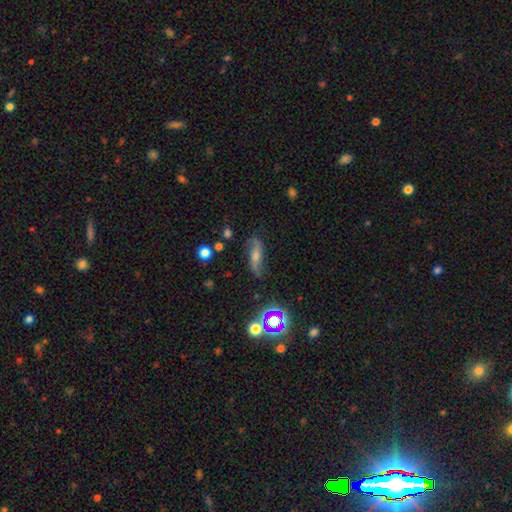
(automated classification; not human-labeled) The model was most divided on "smooth or featured": featured or disk: 56%, smooth: 28%, star or artifact: 17%. More confident: edge-on disk — no (76%); merging — none (72%).